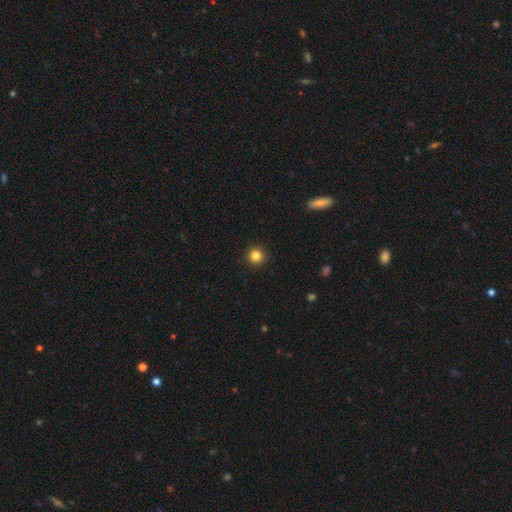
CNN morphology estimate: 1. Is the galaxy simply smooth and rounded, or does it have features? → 84% smooth, 11% star or artifact, 4% featured or disk.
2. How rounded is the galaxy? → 95% round, 4% in between, 1% cigar-shaped.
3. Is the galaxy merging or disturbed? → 92% none, 5% minor disturbance, 2% major disturbance, 1% merger.